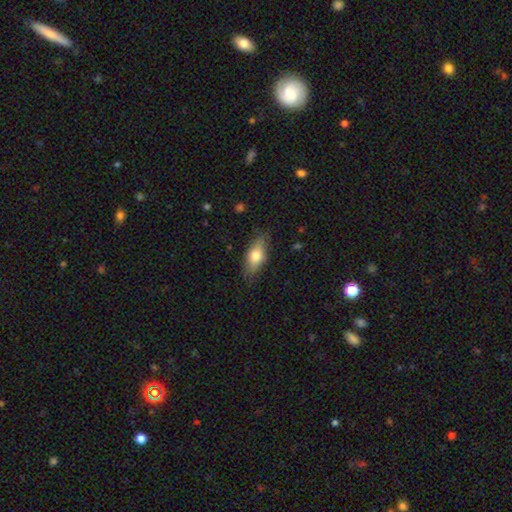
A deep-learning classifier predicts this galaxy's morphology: Overall: smooth (70%). How rounded: in between (77%). Merging: none (79%).